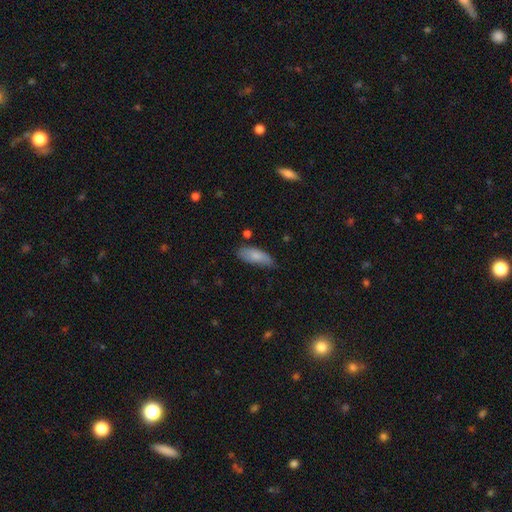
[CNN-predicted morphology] smooth-or-featured: smooth: 81% | featured or disk: 13% | star or artifact: 6%
  how-rounded: in between: 77% | cigar-shaped: 21% | round: 2%
  merging: none: 64% | minor disturbance: 29% | major disturbance: 5% | merger: 3%